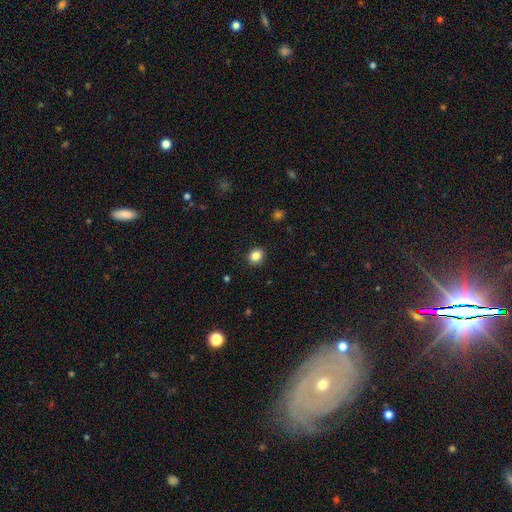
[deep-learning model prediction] Q: Smooth or featured?
A: smooth (85%); runner-up: star or artifact (11%)
Q: How rounded?
A: round (81%); runner-up: in between (19%)
Q: Merging?
A: none (92%); runner-up: minor disturbance (6%)